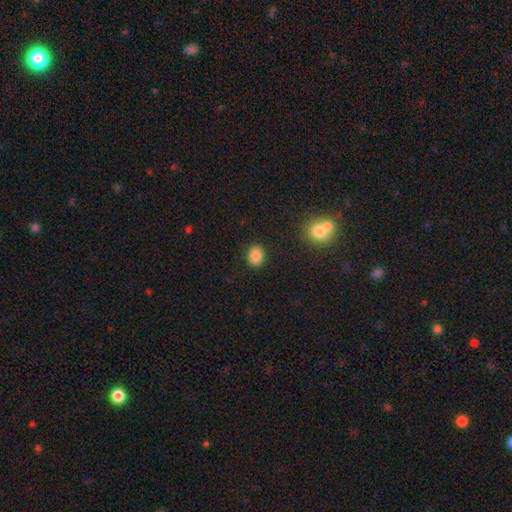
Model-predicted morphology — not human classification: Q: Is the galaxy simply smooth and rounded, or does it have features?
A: smooth — 85%.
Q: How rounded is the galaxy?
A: in between — 53%.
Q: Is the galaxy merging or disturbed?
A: none — 89%.